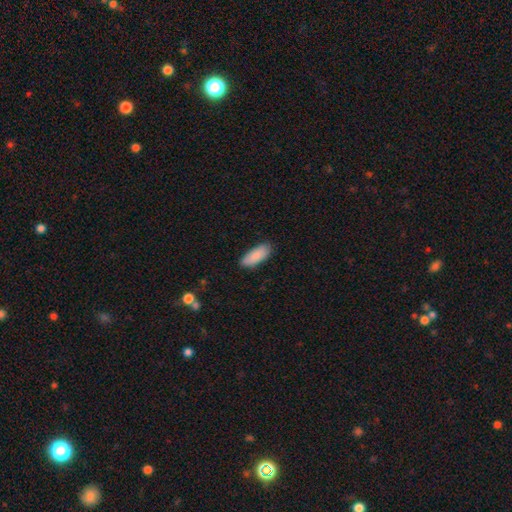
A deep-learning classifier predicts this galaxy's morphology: A smooth galaxy with no disk features (88%) that is in between round and cigar-shaped (77%). Merging: none (85%).